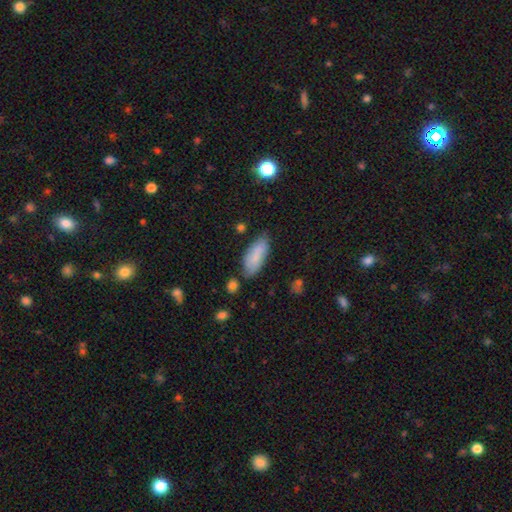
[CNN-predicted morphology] smooth_or_featured: smooth (p=0.82) [alt: featured or disk p=0.12]
how_rounded: in between (p=0.80) [alt: cigar-shaped p=0.18]
merging: none (p=0.71) [alt: minor disturbance p=0.20]